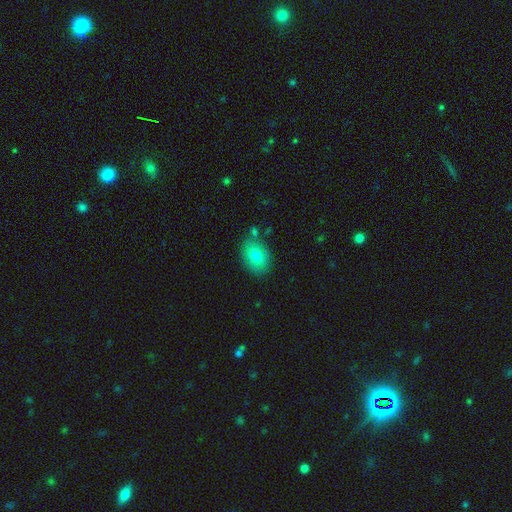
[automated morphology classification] type=smooth (79%); roundness=in between (70%); merging=none (78%).